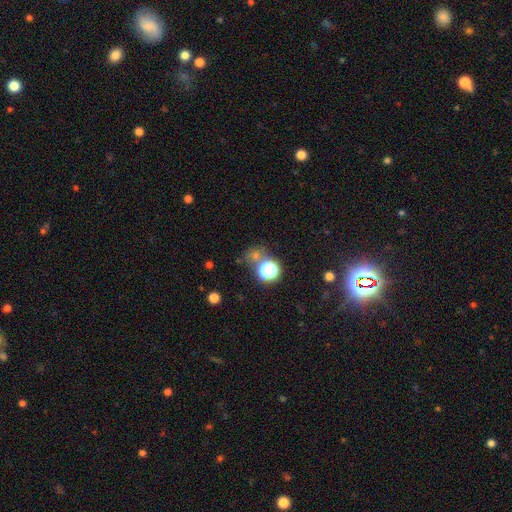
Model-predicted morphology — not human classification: Smooth or featured? Predicted: star or artifact (p=0.56).